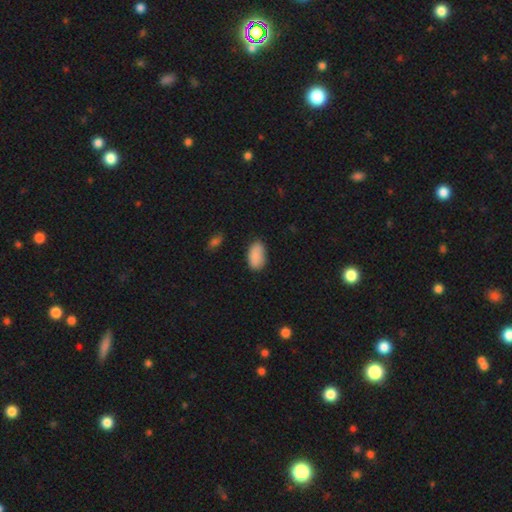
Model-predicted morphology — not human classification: This is clearly a smooth galaxy (89%). How rounded: clearly in between (94%). Merging: clearly none (81%).